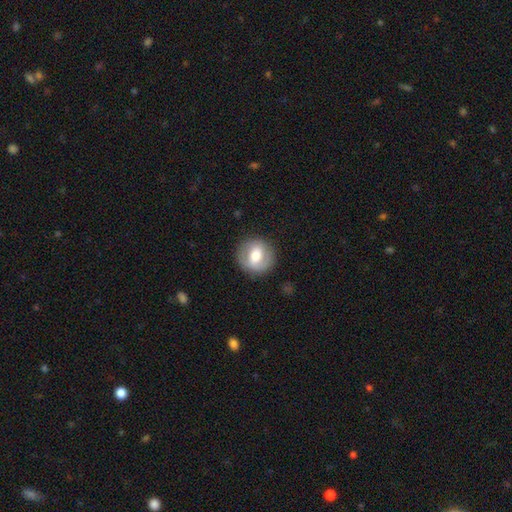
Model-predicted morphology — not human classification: This appears to be a smooth galaxy with no disk features (54%) that is round (88%). Merging: none (87%).